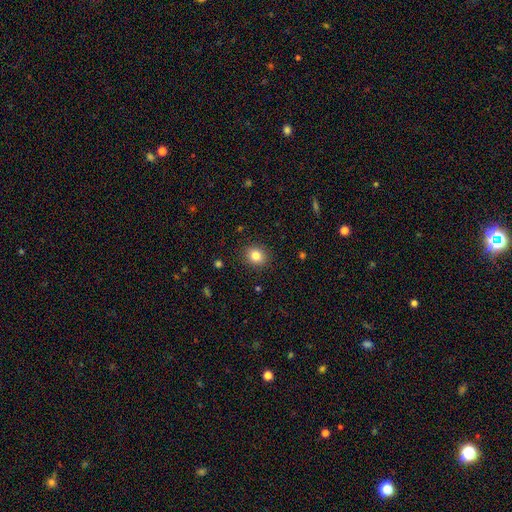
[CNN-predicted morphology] type=smooth (83%); roundness=round (70%); merging=none (89%).